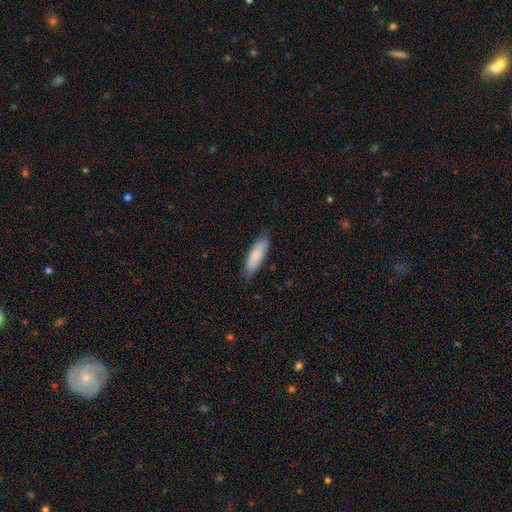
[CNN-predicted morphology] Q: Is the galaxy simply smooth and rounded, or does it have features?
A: smooth — 81%.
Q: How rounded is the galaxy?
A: cigar-shaped — 53%.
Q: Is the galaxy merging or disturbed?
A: none — 81%.